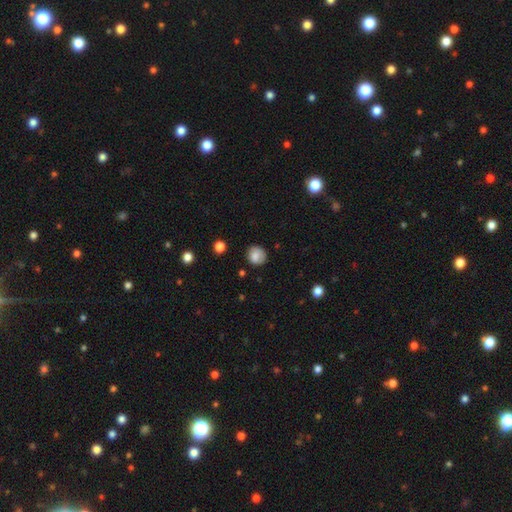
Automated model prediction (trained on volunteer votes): Smooth or featured? Predicted: smooth (p=0.83). How rounded? Predicted: round (p=0.85). Merging? Predicted: none (p=0.81).